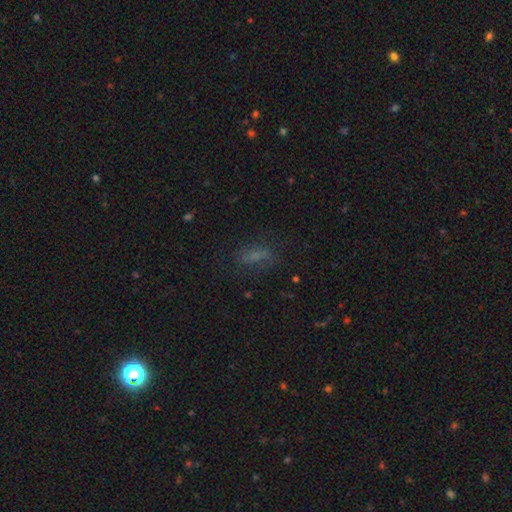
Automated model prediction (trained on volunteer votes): A smooth galaxy with no disk features (54%) that is in between round and cigar-shaped (59%). Merging: none (71%).